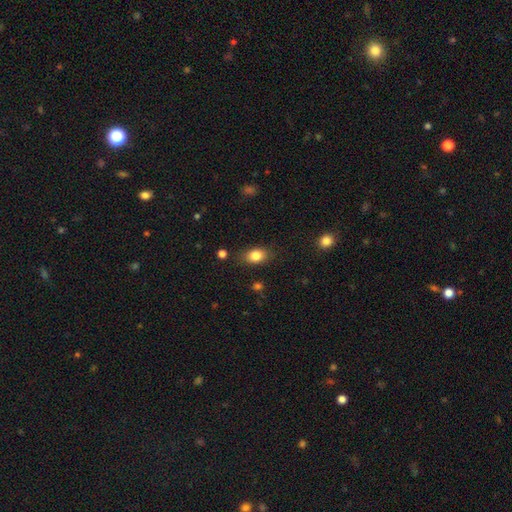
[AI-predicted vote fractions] Smooth or featured? smooth (83%)
How rounded? in between (78%)
Merging? none (82%)